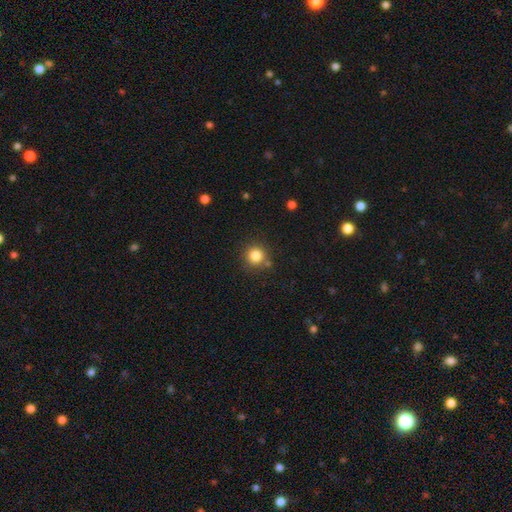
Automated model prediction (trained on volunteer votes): smooth-or-featured: smooth: 83% | star or artifact: 12% | featured or disk: 5%
  how-rounded: round: 94% | in between: 6% | cigar-shaped: 1%
  merging: none: 82% | minor disturbance: 9% | merger: 6% | major disturbance: 3%